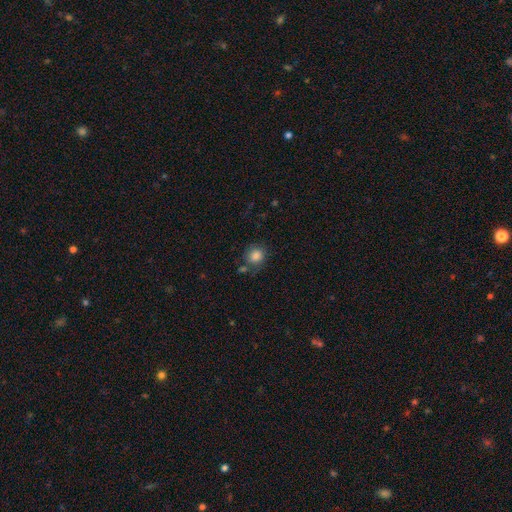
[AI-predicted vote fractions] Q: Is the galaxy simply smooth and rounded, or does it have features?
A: smooth — 84%.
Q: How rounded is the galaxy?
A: round — 83%.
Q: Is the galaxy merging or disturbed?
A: none — 65%.